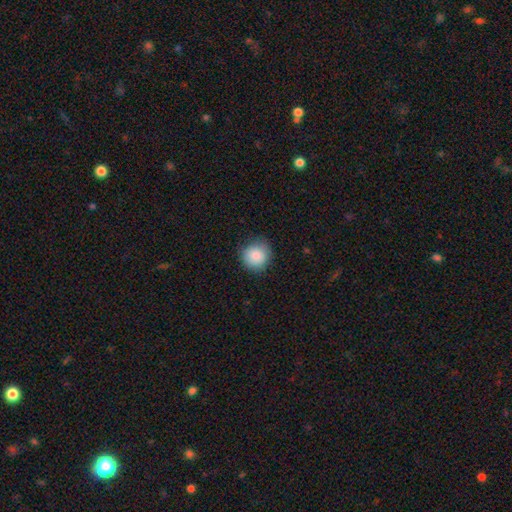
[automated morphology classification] A smooth galaxy with no disk features (87%) that is round (91%).

Vote fractions:
- Smooth or featured? smooth: 87% / star or artifact: 8% / featured or disk: 5%
- How rounded? round: 91% / in between: 8% / cigar-shaped: 1%
- Merging? none: 85% / minor disturbance: 11% / major disturbance: 3% / merger: 1%